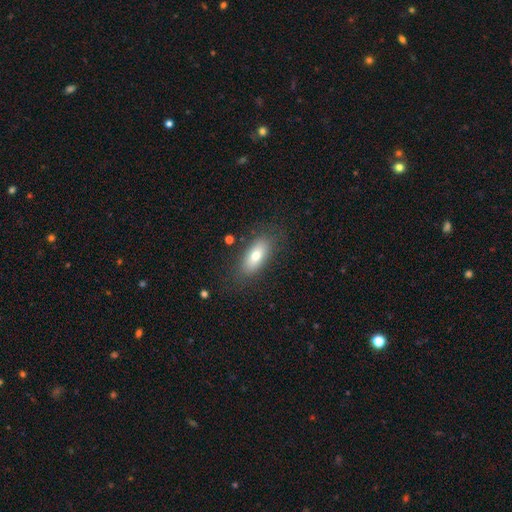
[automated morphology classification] smooth 71%, featured or disk 21%, star or artifact 8%. Down the decision tree: how rounded — in between (83%); merging — none (81%).